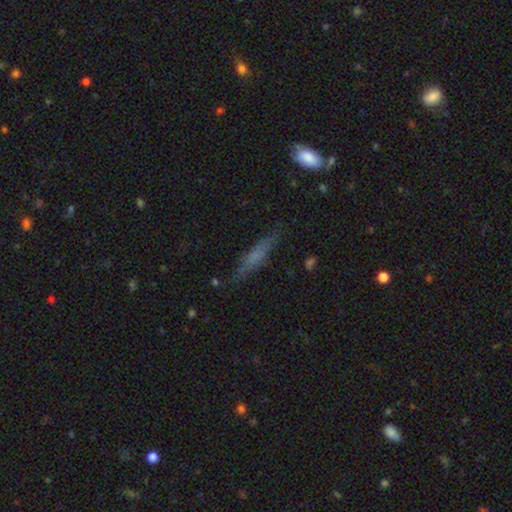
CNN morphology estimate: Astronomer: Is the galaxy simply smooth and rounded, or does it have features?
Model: featured or disk — 45% (runner-up: smooth, 44%).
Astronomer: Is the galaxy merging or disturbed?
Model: none — 81%.